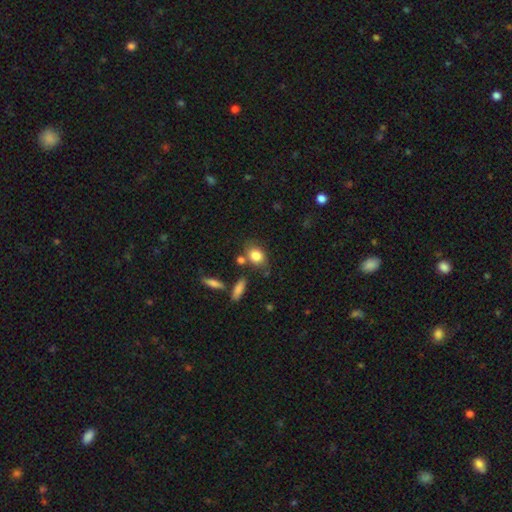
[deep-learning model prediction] Smooth or featured?
  - smooth: 81% *
  - featured or disk: 10%
  - star or artifact: 9%
How rounded?
  - in between: 59% *
  - round: 39%
  - cigar-shaped: 2%
Merging?
  - none: 66% *
  - minor disturbance: 17%
  - merger: 12%
  - major disturbance: 5%